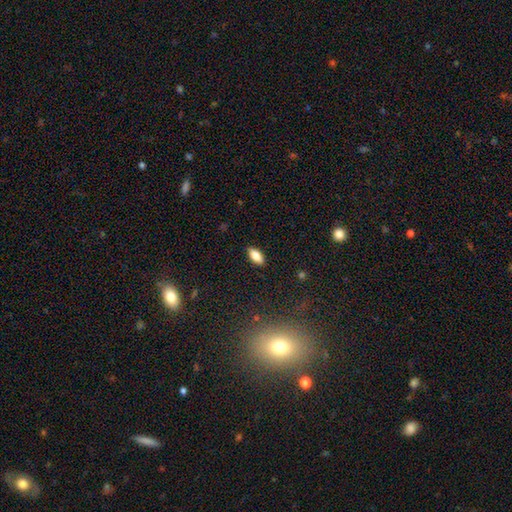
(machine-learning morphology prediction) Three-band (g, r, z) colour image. It shows a smooth galaxy with no disk features (81%) that is in between round and cigar-shaped (86%). Merging: none (89%).